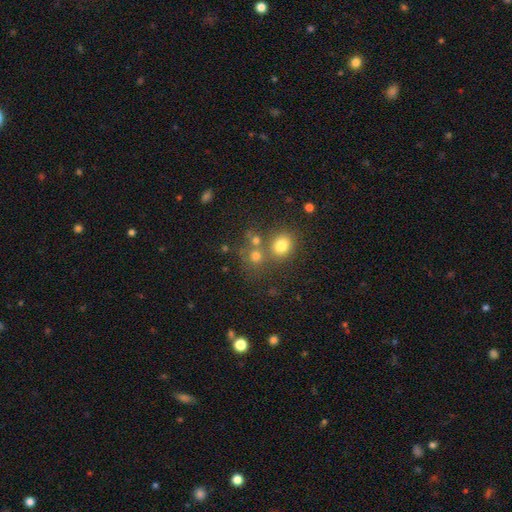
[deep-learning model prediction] Morphology: type=smooth (72%); roundness=round (83%); merging=none (56%).